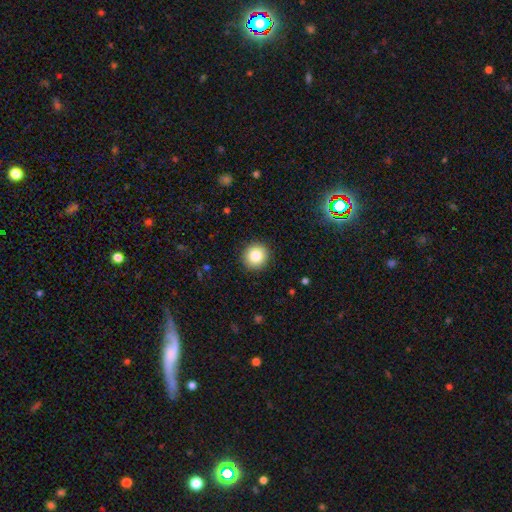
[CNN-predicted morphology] Q: Smooth or featured?
A: smooth (84%); runner-up: star or artifact (10%)
Q: How rounded?
A: round (93%); runner-up: in between (6%)
Q: Merging?
A: none (92%); runner-up: minor disturbance (5%)